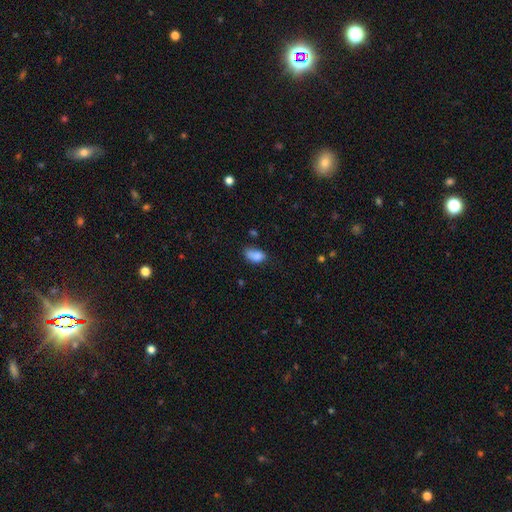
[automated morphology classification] A smooth galaxy with no disk features (84%) that is in between round and cigar-shaped (90%).

Vote fractions:
- Smooth or featured? smooth: 84% / star or artifact: 9% / featured or disk: 7%
- How rounded? in between: 90% / round: 7% / cigar-shaped: 3%
- Merging? none: 49% / minor disturbance: 34% / major disturbance: 11% / merger: 6%